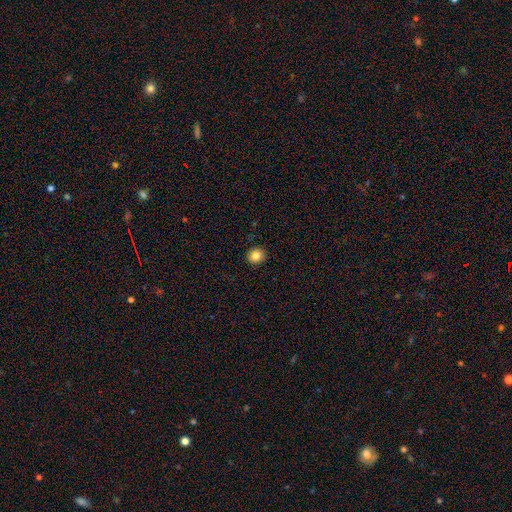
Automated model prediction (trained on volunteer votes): This appears to be a smooth galaxy with no disk features (85%) that is round (81%). Merging: none (91%).